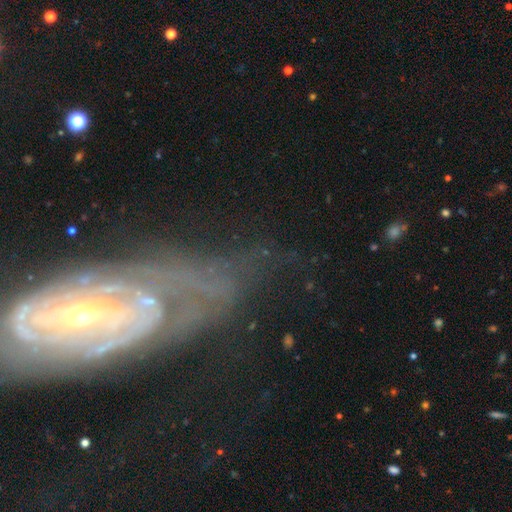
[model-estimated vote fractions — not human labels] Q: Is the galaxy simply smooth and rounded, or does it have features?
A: featured or disk — 77%.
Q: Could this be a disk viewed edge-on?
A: no — 88%.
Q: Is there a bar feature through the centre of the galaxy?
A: no — 55%.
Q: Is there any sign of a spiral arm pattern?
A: yes — 79%.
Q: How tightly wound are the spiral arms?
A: tight — 64%.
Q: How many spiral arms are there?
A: can't tell — 40%.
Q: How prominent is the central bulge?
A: small — 47%.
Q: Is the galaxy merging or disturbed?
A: none — 53%.